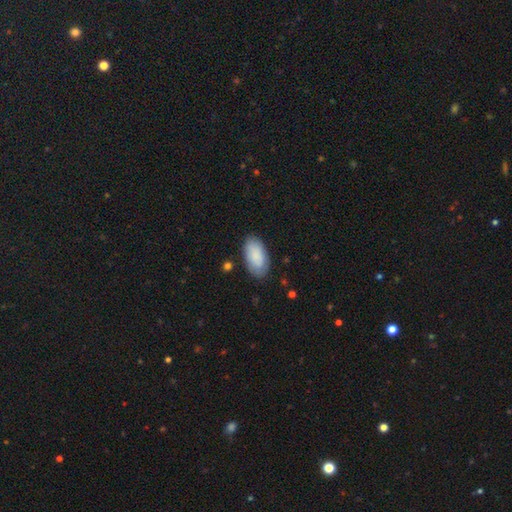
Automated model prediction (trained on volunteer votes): Q: Smooth or featured?
A: smooth (86%); runner-up: featured or disk (8%)
Q: How rounded?
A: in between (95%); runner-up: cigar-shaped (3%)
Q: Merging?
A: none (82%); runner-up: minor disturbance (13%)